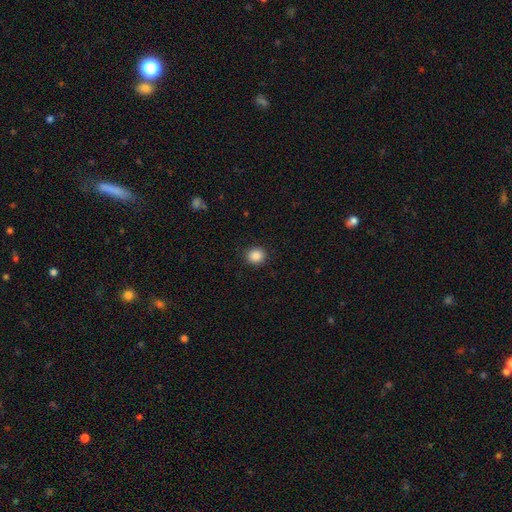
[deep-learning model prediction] Smooth or featured: smooth — 88% (star or artifact — 10%)
How rounded: round — 85% (in between — 14%)
Merging: none — 90% (minor disturbance — 6%)